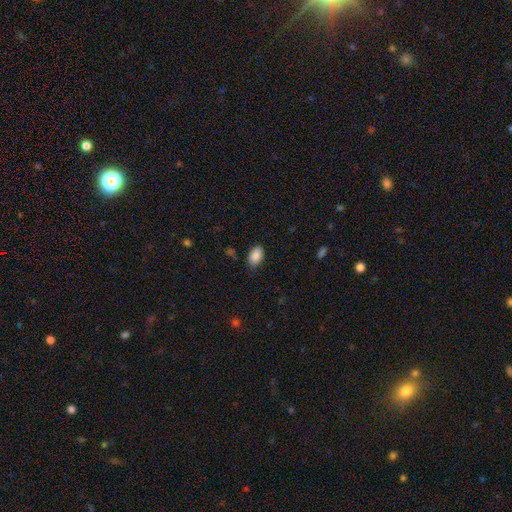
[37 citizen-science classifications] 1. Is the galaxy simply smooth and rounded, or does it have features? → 92% smooth, 5% featured or disk, 3% star or artifact.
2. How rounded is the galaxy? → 88% in between, 12% round, 0% cigar-shaped.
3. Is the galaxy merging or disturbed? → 89% none, 11% minor disturbance, 0% major disturbance, 0% merger.